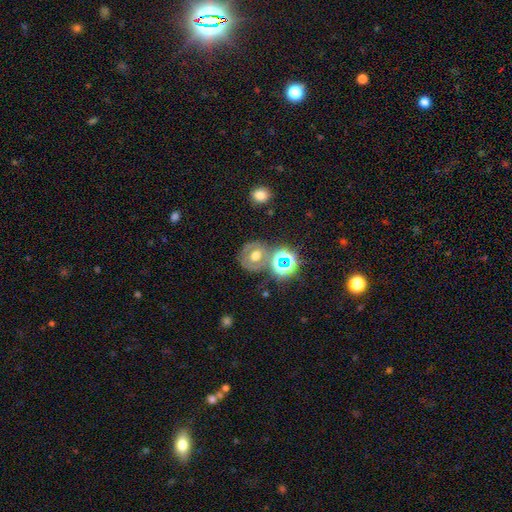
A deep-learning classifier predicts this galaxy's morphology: The model was most divided on "smooth or featured": smooth: 41%, featured or disk: 37%, star or artifact: 22%. More confident: merging — none (64%).